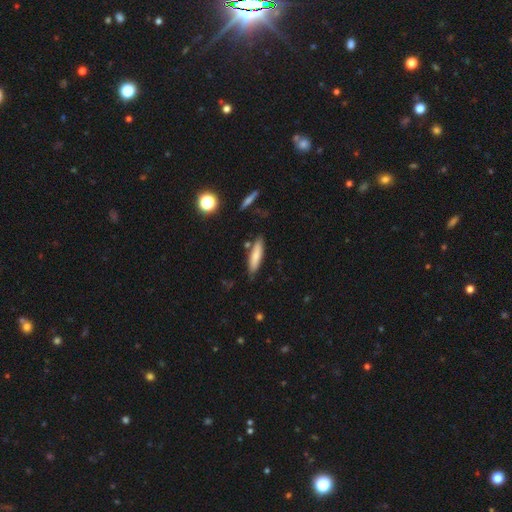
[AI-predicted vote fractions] smooth 77%, featured or disk 17%, star or artifact 7%. Down the decision tree: how rounded — cigar-shaped (74%); merging — none (81%).